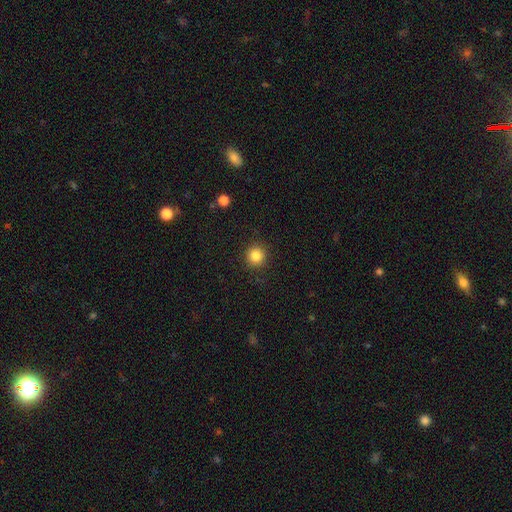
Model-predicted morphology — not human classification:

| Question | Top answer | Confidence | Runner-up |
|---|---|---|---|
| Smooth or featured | smooth | 84% | star or artifact (11%) |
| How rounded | round | 93% | in between (6%) |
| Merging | none | 91% | minor disturbance (6%) |